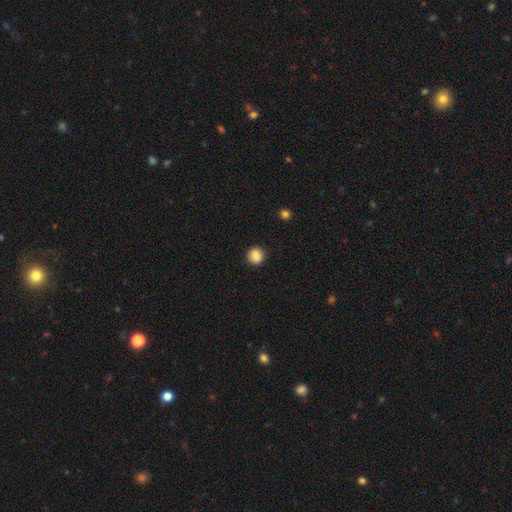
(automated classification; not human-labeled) A smooth galaxy with no disk features (85%) that is round (92%). Merging: none (91%).